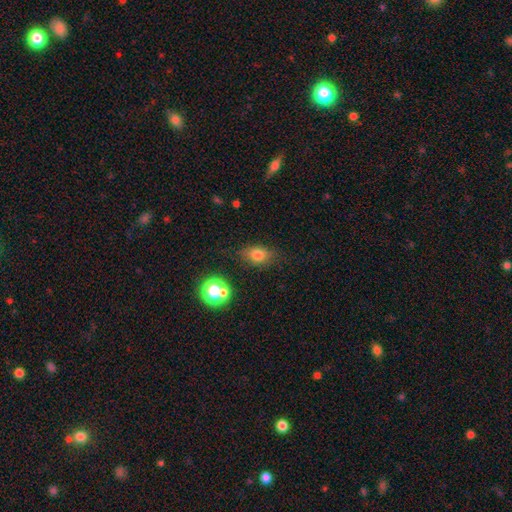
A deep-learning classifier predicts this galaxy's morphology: A smooth galaxy with no disk features (71%) that is in between round and cigar-shaped (68%).

Vote fractions:
- Smooth or featured? smooth: 71% / star or artifact: 16% / featured or disk: 13%
- How rounded? in between: 68% / round: 28% / cigar-shaped: 4%
- Merging? none: 80% / minor disturbance: 15% / major disturbance: 4% / merger: 2%